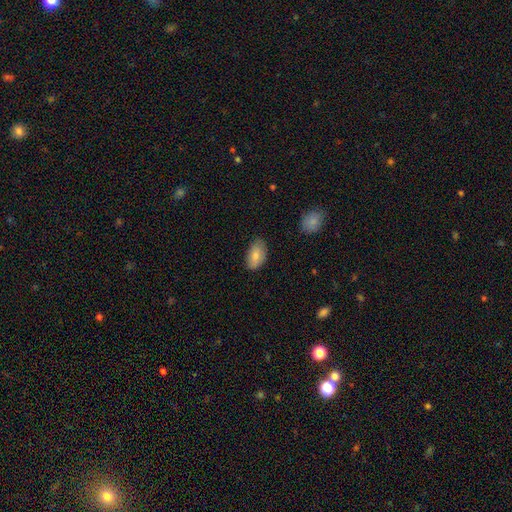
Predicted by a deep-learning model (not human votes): Smooth or featured: smooth — 80% (featured or disk — 13%)
How rounded: in between — 93% (round — 5%)
Merging: none — 76% (minor disturbance — 19%)